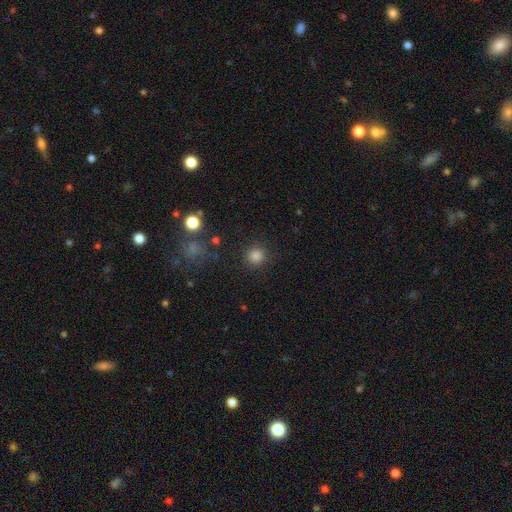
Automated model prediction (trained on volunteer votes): Smooth or featured? Predicted: smooth (p=0.83). How rounded? Predicted: round (p=0.94). Merging? Predicted: none (p=0.88).